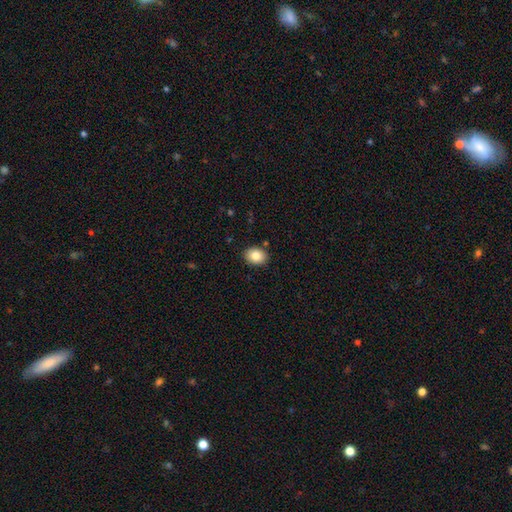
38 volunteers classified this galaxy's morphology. Smooth or featured?
  - smooth: 84% *
  - featured or disk: 11%
  - star or artifact: 5%
How rounded?
  - round: 56% *
  - in between: 44%
  - cigar-shaped: 0%
Merging?
  - none: 86% *
  - minor disturbance: 8%
  - major disturbance: 3%
  - merger: 3%